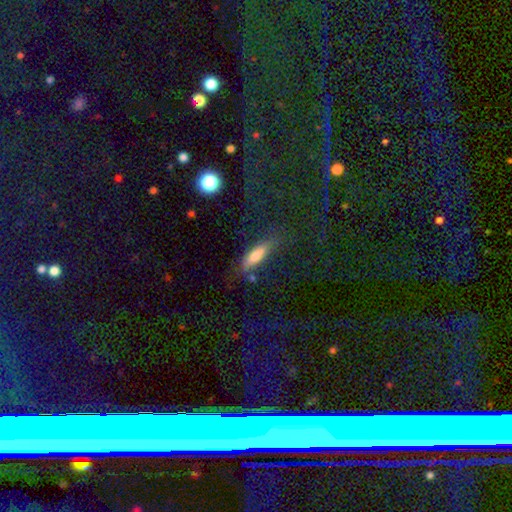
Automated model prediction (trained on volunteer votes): Smooth or featured? Predicted: smooth (p=0.70). How rounded? Predicted: cigar-shaped (p=0.54). Merging? Predicted: none (p=0.65).